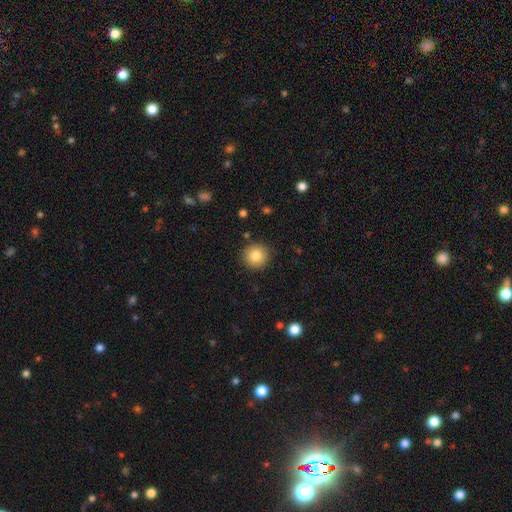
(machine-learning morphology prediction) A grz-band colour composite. It shows a smooth galaxy with no disk features (82%) that is round (94%). Merging: none (90%).